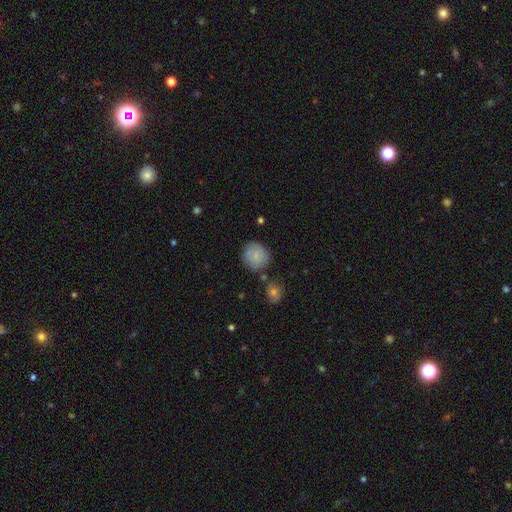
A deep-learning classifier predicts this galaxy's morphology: A smooth galaxy with no disk features (76%) that is round (89%). Merging: none (75%).